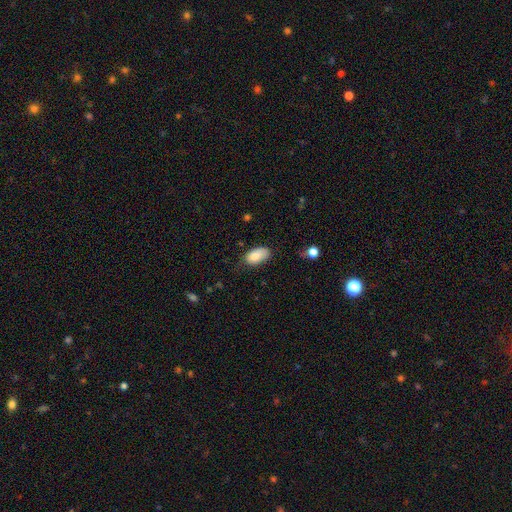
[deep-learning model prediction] Overall: smooth (85%). How rounded: in between (94%). Merging: none (60%; minor disturbance 31%).